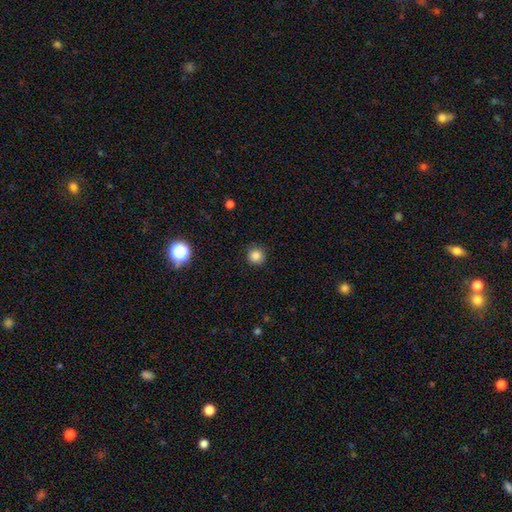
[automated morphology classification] Smooth or featured? smooth (84%)
How rounded? round (93%)
Merging? none (89%)